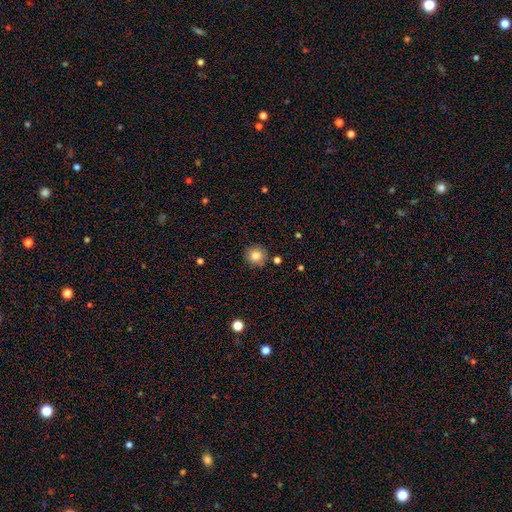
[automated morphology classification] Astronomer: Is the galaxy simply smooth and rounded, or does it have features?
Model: smooth — 83%.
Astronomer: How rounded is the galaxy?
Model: round — 94%.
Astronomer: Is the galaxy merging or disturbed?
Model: none — 88%.